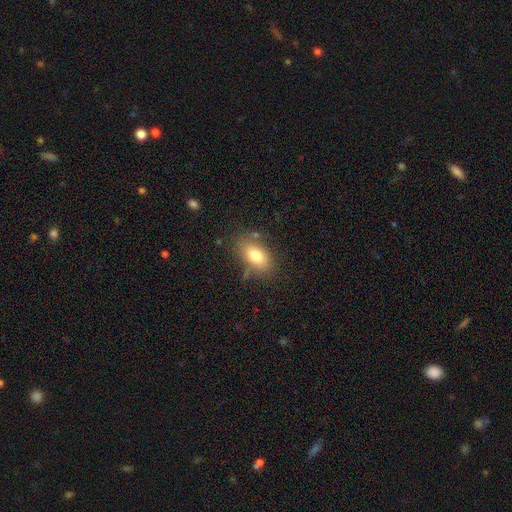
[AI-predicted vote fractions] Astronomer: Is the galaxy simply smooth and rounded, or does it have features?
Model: smooth — 76%.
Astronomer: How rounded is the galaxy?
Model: in between — 87%.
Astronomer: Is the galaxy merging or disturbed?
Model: none — 76%.